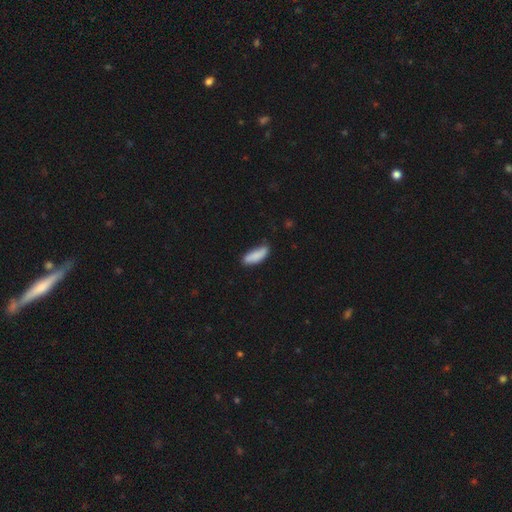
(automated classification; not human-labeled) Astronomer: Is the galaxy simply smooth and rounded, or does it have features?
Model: smooth — 86%.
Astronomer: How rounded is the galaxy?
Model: in between — 61% (runner-up: cigar-shaped, 37%).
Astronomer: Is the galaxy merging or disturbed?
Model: none — 67%.